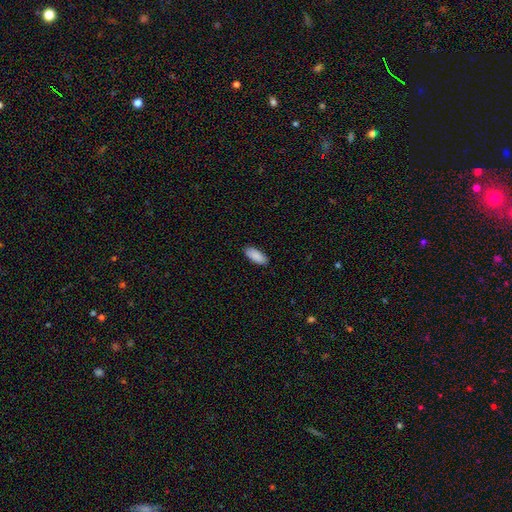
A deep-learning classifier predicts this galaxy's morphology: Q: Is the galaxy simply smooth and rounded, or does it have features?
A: smooth — 90%.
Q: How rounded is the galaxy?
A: in between — 86%.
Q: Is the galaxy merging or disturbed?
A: none — 89%.